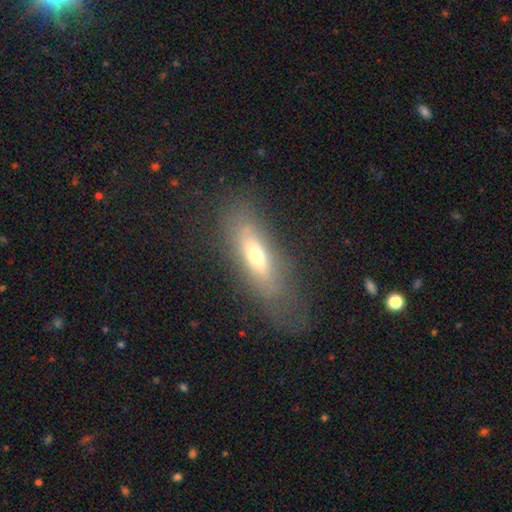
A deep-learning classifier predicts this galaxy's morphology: Overall: smooth (52%; featured or disk 39%). How rounded: cigar-shaped (51%; in between 46%). Merging: none (64%).